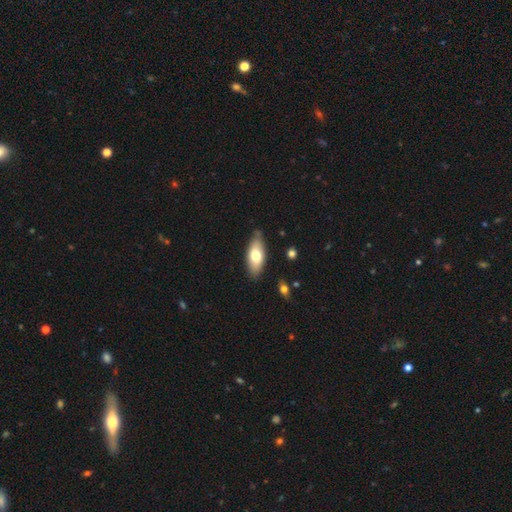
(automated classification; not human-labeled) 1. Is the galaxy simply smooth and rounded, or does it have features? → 68% smooth, 26% featured or disk, 6% star or artifact.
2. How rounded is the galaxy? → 82% in between, 15% cigar-shaped, 2% round.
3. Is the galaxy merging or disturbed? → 81% none, 14% minor disturbance, 2% major disturbance, 2% merger.